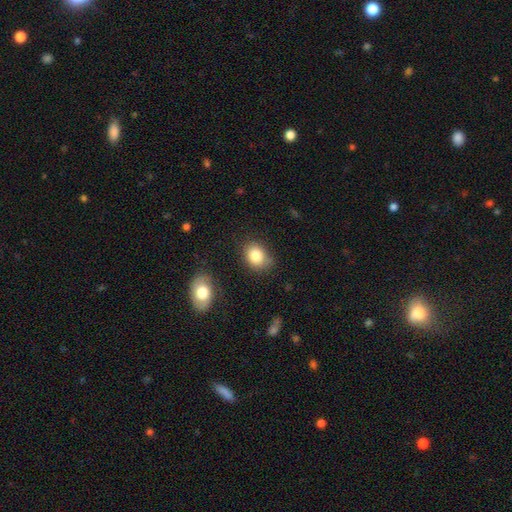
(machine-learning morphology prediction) Q: Smooth or featured?
A: smooth (83%); runner-up: star or artifact (9%)
Q: How rounded?
A: in between (57%); runner-up: round (42%)
Q: Merging?
A: none (73%); runner-up: minor disturbance (19%)